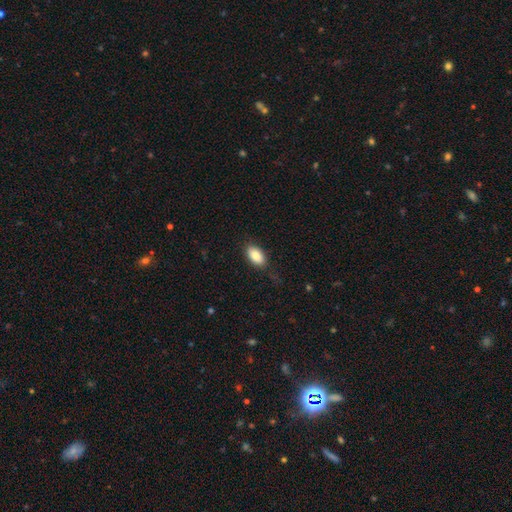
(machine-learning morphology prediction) smooth_or_featured: smooth (p=0.86) [alt: featured or disk p=0.07]
how_rounded: in between (p=0.93) [alt: round p=0.05]
merging: none (p=0.81) [alt: minor disturbance p=0.14]